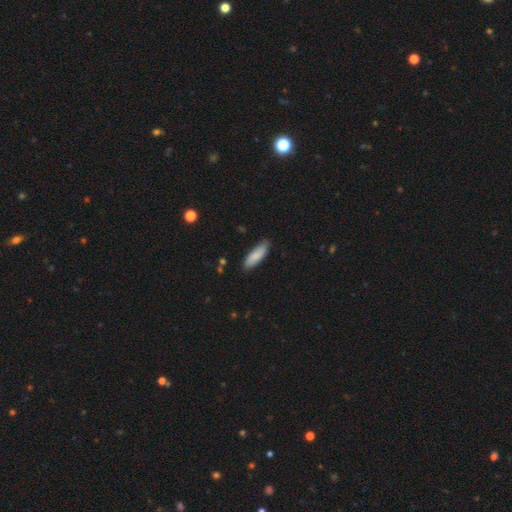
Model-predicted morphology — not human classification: Smooth or featured: smooth — 83% (featured or disk — 11%)
How rounded: in between — 51% (cigar-shaped — 48%)
Merging: none — 83% (minor disturbance — 14%)